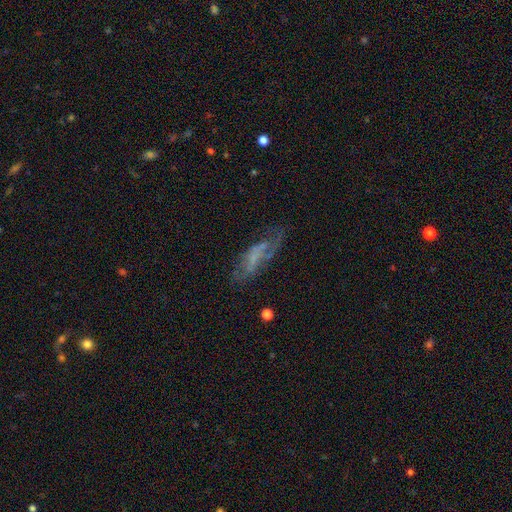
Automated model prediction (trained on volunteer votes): A featured or disk galaxy (54%).

Vote fractions:
- Smooth or featured? featured or disk: 54% / smooth: 34% / star or artifact: 12%
- Edge-on disk? no: 83% / yes: 17%
- Merging? none: 46% / major disturbance: 25% / minor disturbance: 24% / merger: 4%